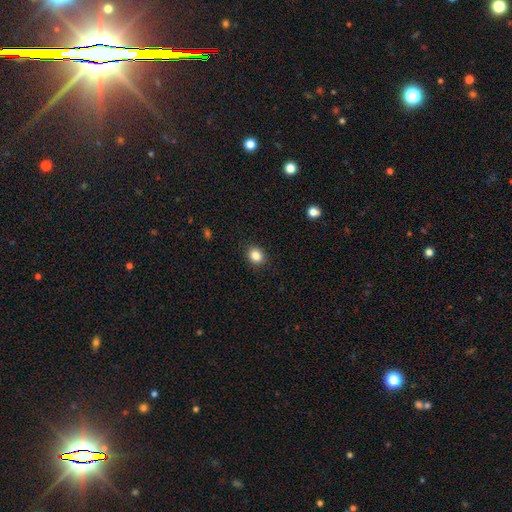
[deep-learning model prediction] This is clearly a smooth galaxy (84%). How rounded: likely round (67%). Merging: clearly none (90%).